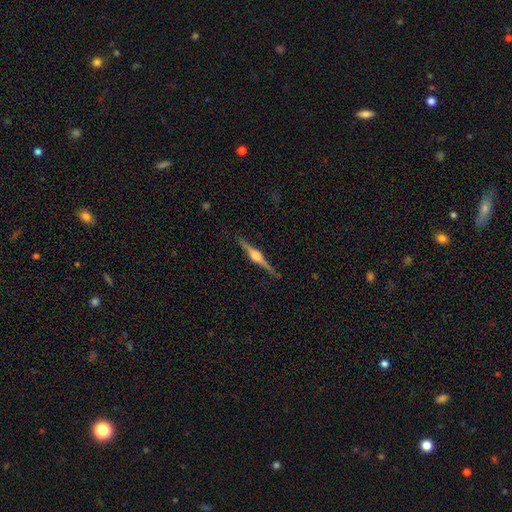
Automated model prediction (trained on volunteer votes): Morphology: type=featured or disk (84%); edge-on=yes (98%); edge-on bulge=rounded (92%); merging=none (90%).